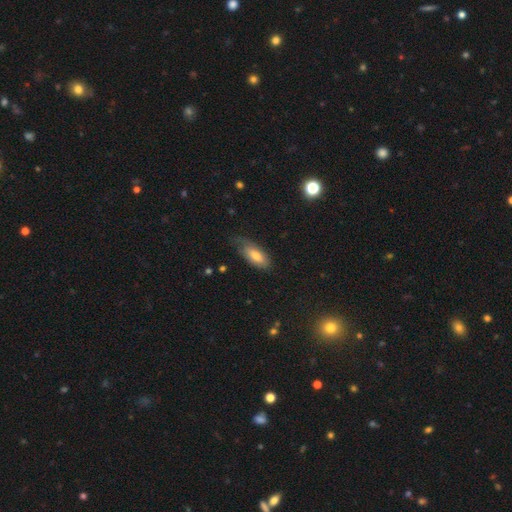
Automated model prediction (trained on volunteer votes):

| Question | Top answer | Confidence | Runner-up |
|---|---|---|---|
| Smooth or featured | smooth | 71% | featured or disk (22%) |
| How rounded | in between | 82% | cigar-shaped (16%) |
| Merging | none | 56% | minor disturbance (32%) |